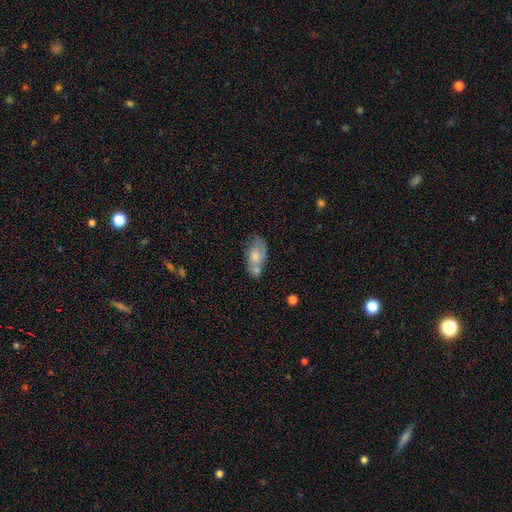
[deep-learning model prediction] Q: Smooth or featured?
A: smooth (63%); runner-up: featured or disk (30%)
Q: How rounded?
A: in between (90%); runner-up: round (5%)
Q: Merging?
A: none (41%); runner-up: merger (28%)